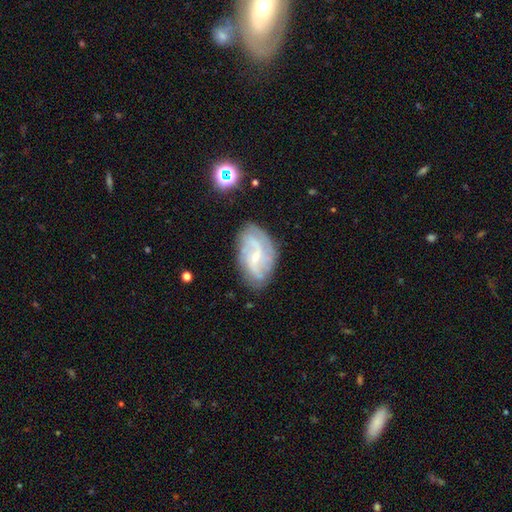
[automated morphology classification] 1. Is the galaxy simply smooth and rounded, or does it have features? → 78% featured or disk, 15% smooth, 7% star or artifact.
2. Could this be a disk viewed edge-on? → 96% no, 4% yes.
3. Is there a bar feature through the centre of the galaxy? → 50% weak, 36% no, 15% strong.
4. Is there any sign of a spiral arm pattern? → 91% yes, 9% no.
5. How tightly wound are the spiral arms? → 40% medium, 36% loose, 24% tight.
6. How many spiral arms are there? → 45% 2, 27% can't tell, 14% 3, 6% 4, 5% 1, 4% more than 4.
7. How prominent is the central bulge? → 73% small, 20% moderate, 5% none, 1% large, 1% dominant.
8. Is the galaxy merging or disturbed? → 72% none, 19% minor disturbance, 7% major disturbance, 2% merger.